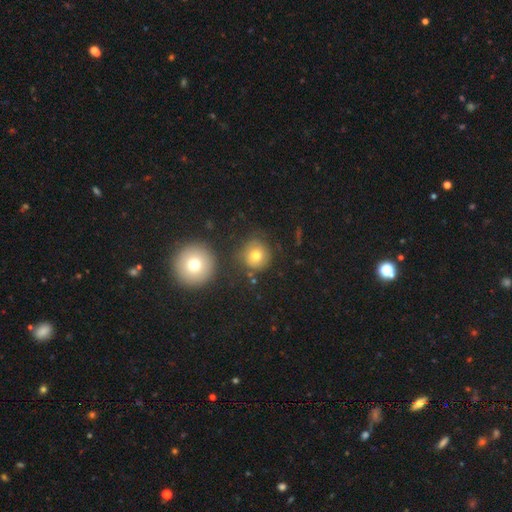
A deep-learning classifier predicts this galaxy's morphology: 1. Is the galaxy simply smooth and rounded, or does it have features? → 75% smooth, 13% star or artifact, 13% featured or disk.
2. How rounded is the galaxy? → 91% round, 8% in between, 1% cigar-shaped.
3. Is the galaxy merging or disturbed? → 75% none, 12% minor disturbance, 7% merger, 5% major disturbance.